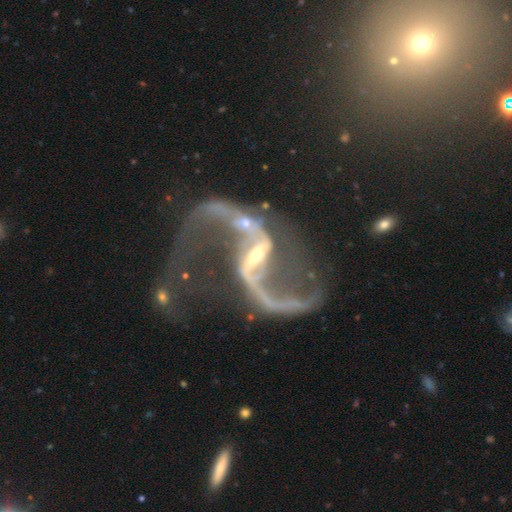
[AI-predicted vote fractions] Smooth or featured? Predicted: featured or disk (p=0.90). Edge-on disk? Predicted: no (p=0.95). Bar? Predicted: strong (p=0.56). Spiral arms? Predicted: yes (p=0.91). Spiral winding? Predicted: loose (p=0.85). Spiral arm count? Predicted: 2 (p=0.87). Bulge size? Predicted: small (p=0.57). Merging? Predicted: major disturbance (p=0.36).